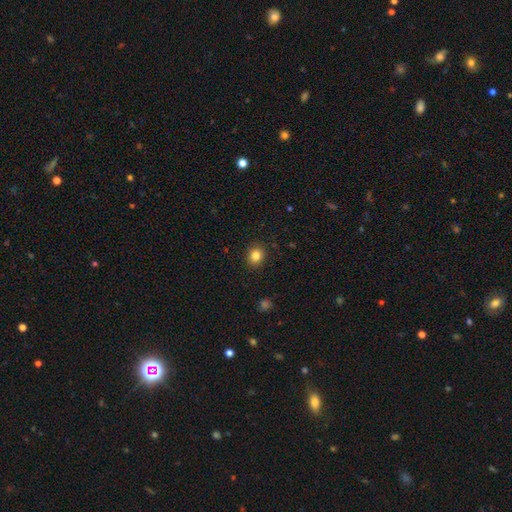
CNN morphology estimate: A smooth galaxy with no disk features (83%) that is round (73%). Merging: none (90%).